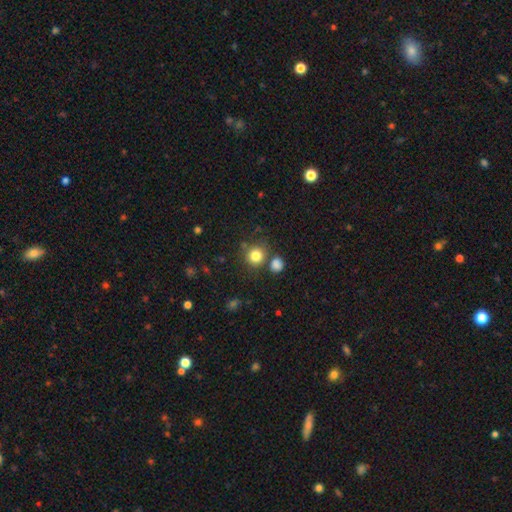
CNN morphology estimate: This is clearly a smooth galaxy (81%). How rounded: clearly round (89%). Merging: likely none (74%).